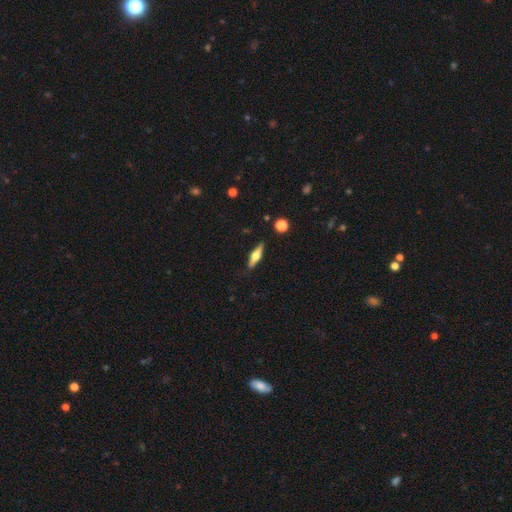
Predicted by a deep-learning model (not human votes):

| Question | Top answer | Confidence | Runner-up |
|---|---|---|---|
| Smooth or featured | featured or disk | 57% | smooth (37%) |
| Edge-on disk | yes | 95% | no (5%) |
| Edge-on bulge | rounded | 94% | boxy (4%) |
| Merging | none | 87% | minor disturbance (9%) |